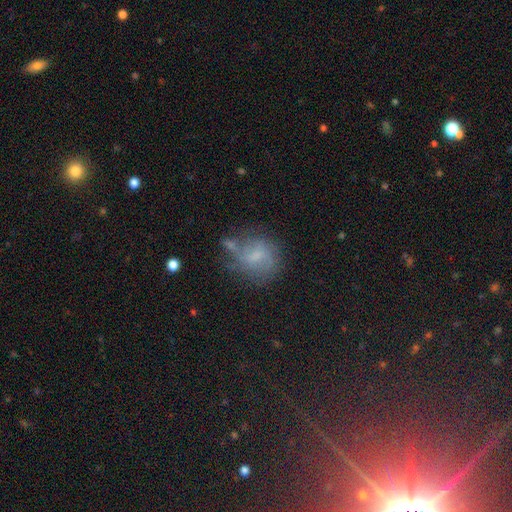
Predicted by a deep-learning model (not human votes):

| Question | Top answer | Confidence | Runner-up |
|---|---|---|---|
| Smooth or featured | smooth | 47% | featured or disk (40%) |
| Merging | none | 45% | minor disturbance (26%) |